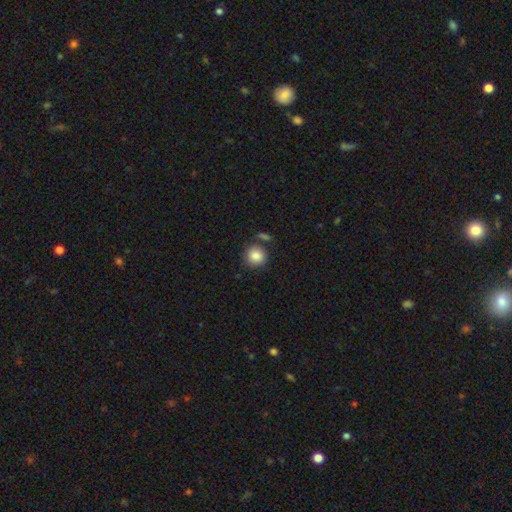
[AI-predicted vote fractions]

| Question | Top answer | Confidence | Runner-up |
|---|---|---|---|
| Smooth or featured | smooth | 86% | star or artifact (9%) |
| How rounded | round | 90% | in between (9%) |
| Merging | none | 73% | minor disturbance (12%) |